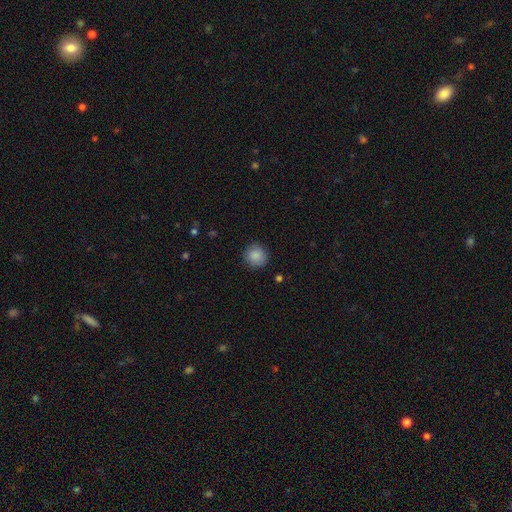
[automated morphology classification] The model was most divided on "merging": none: 88%, minor disturbance: 9%, major disturbance: 2%, merger: 1%. More confident: how rounded — round (92%); smooth or featured — smooth (88%).